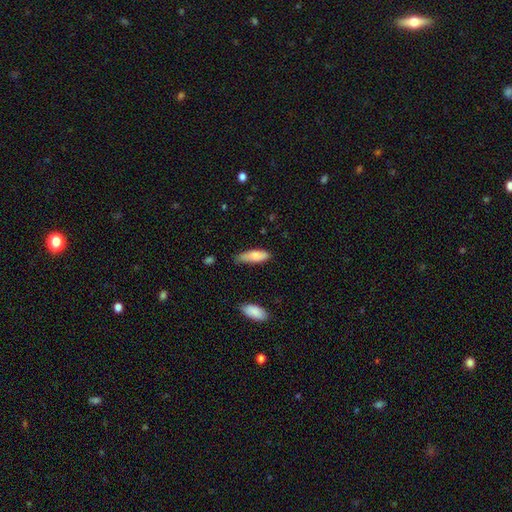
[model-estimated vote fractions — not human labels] Q: Smooth or featured?
A: smooth (81%); runner-up: featured or disk (13%)
Q: How rounded?
A: in between (59%); runner-up: cigar-shaped (40%)
Q: Merging?
A: none (57%); runner-up: minor disturbance (34%)